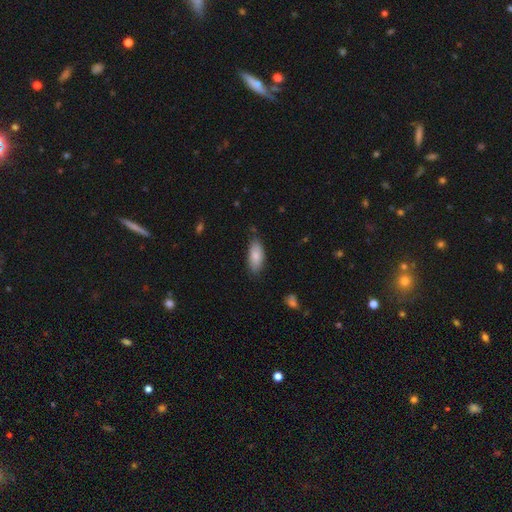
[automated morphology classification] Smooth or featured? Predicted: smooth (p=0.82). How rounded? Predicted: in between (p=0.87). Merging? Predicted: none (p=0.73).